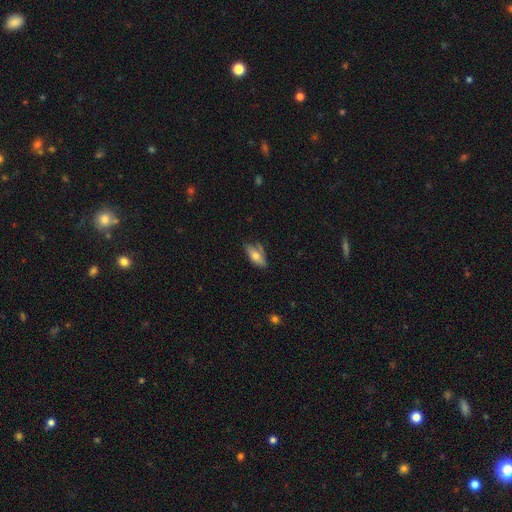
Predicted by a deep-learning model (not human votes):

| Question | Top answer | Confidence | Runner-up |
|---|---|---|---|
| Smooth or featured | smooth | 65% | featured or disk (27%) |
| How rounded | in between | 83% | cigar-shaped (14%) |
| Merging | none | 56% | minor disturbance (29%) |